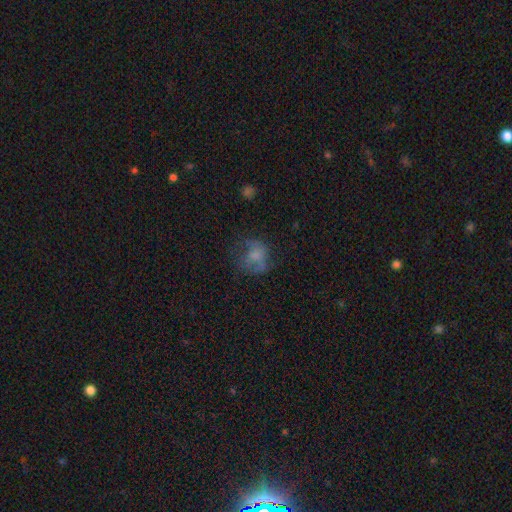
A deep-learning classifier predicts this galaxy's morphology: Smooth or featured? Predicted: smooth (p=0.58). How rounded? Predicted: round (p=0.63). Merging? Predicted: none (p=0.43).